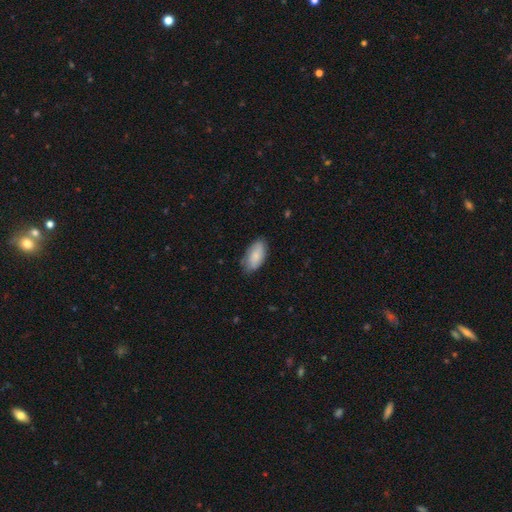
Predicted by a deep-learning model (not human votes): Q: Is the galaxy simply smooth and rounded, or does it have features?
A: smooth — 80%.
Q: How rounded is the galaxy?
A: in between — 93%.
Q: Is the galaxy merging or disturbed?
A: none — 74%.